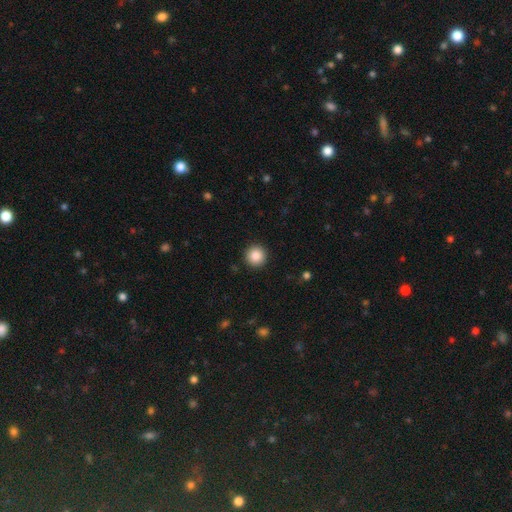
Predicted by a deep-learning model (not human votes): A smooth galaxy with no disk features (87%) that is round (96%). Merging: none (92%).